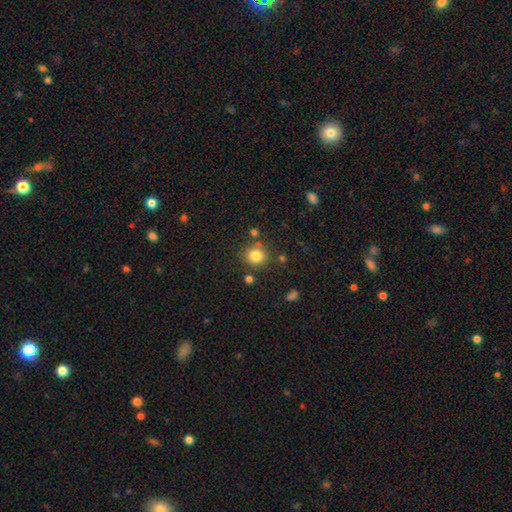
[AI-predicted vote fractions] Overall: smooth (82%). How rounded: round (87%). Merging: none (78%).